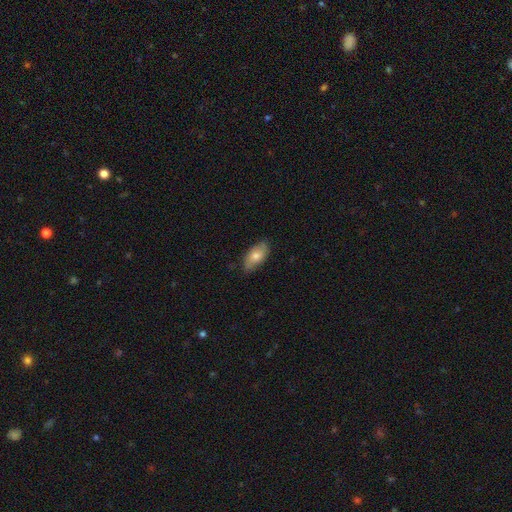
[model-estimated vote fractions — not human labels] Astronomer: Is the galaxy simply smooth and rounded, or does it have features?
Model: smooth — 68%.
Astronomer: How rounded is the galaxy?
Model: in between — 91%.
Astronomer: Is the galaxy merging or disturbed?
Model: none — 80%.